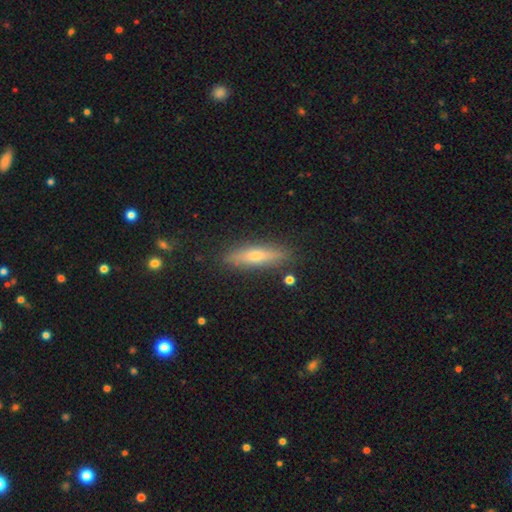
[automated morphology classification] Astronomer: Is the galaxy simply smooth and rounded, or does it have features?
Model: smooth — 48% (runner-up: featured or disk, 45%).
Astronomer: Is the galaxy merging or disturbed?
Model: none — 87%.